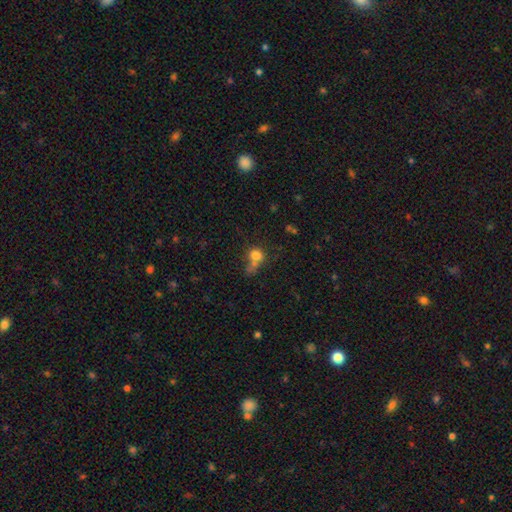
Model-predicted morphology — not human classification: A smooth galaxy with no disk features (74%) that is round (63%). Merging: merger (41%).